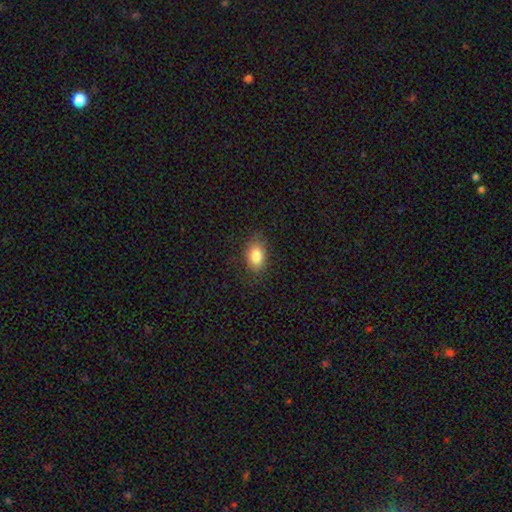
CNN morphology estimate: This is clearly a smooth galaxy (83%). How rounded: clearly in between (81%). Merging: clearly none (82%).